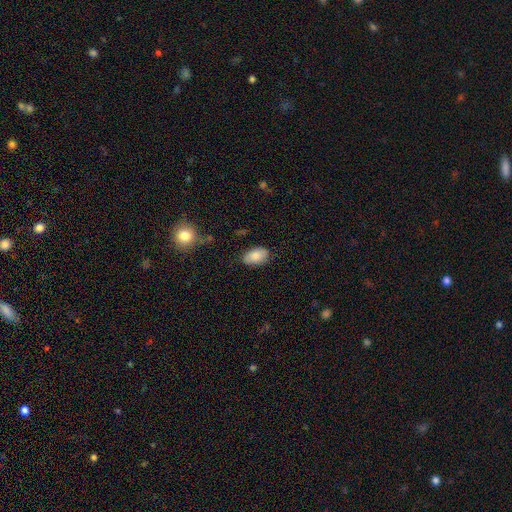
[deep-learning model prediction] This appears to be a smooth galaxy with no disk features (82%) that is in between round and cigar-shaped (93%). Merging: none (78%).